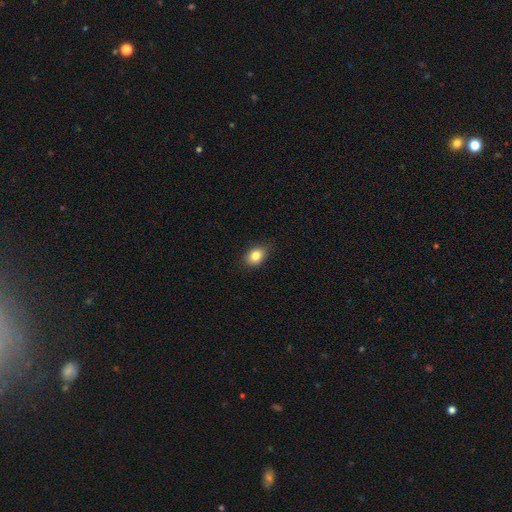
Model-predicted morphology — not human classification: A smooth galaxy with no disk features (82%) that is in between round and cigar-shaped (73%).

Vote fractions:
- Smooth or featured? smooth: 82% / star or artifact: 9% / featured or disk: 8%
- How rounded? in between: 73% / round: 26% / cigar-shaped: 1%
- Merging? none: 83% / minor disturbance: 13% / major disturbance: 2% / merger: 1%